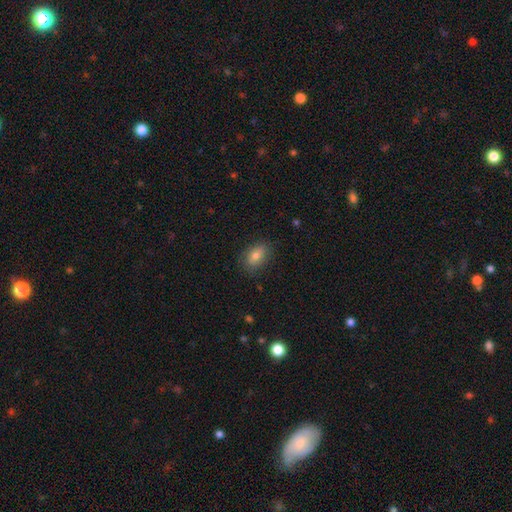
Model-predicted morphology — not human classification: smooth_or_featured: smooth (p=0.77) [alt: featured or disk p=0.14]
how_rounded: in between (p=0.83) [alt: round p=0.14]
merging: none (p=0.82) [alt: minor disturbance p=0.14]